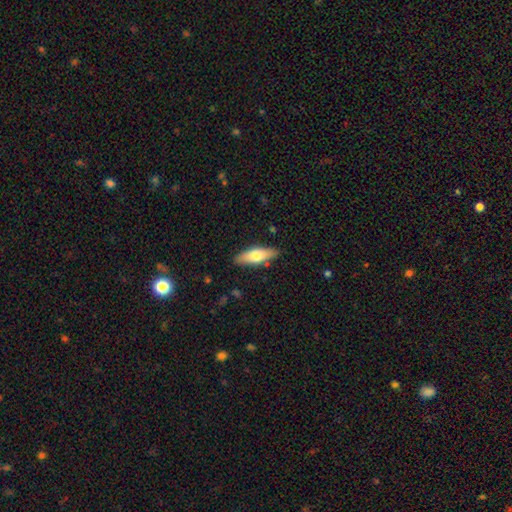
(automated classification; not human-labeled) Q: Smooth or featured?
A: smooth (63%); runner-up: featured or disk (31%)
Q: How rounded?
A: in between (58%); runner-up: cigar-shaped (39%)
Q: Merging?
A: none (86%); runner-up: minor disturbance (10%)